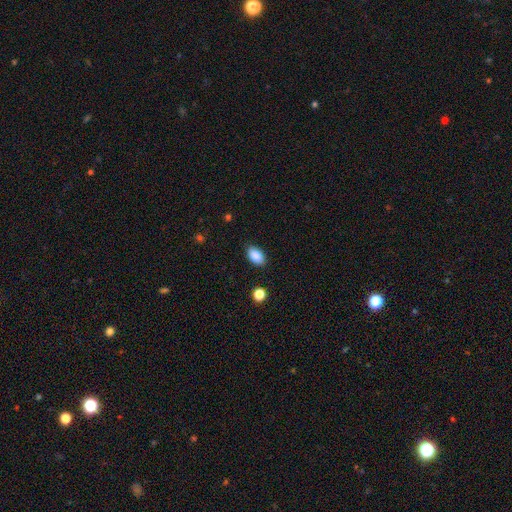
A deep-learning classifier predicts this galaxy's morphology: A smooth galaxy with no disk features (88%) that is in between round and cigar-shaped (92%).

Vote fractions:
- Smooth or featured? smooth: 88% / star or artifact: 8% / featured or disk: 5%
- How rounded? in between: 92% / round: 6% / cigar-shaped: 2%
- Merging? none: 88% / minor disturbance: 9% / major disturbance: 2% / merger: 1%